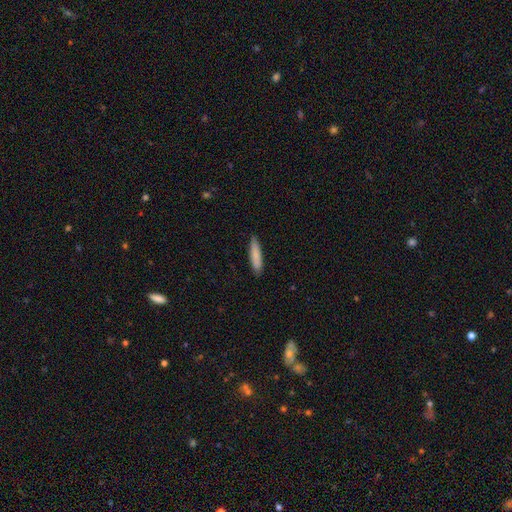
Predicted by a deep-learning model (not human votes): The model was most divided on "how rounded": cigar-shaped: 82%, in between: 17%, round: 1%. More confident: merging — none (87%); smooth or featured — smooth (84%).